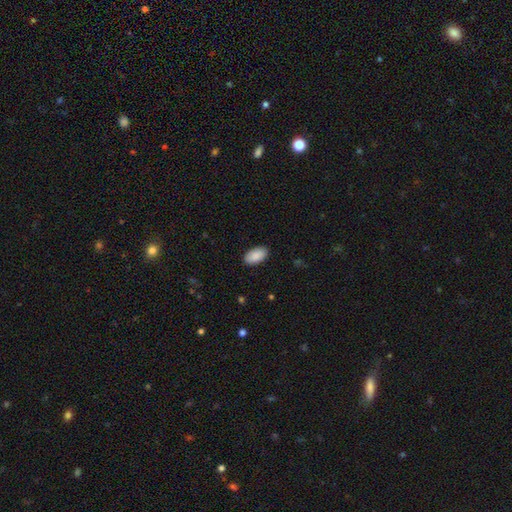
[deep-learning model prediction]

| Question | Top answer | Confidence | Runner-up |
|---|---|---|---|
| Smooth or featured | smooth | 90% | star or artifact (6%) |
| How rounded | in between | 96% | round (3%) |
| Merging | none | 89% | minor disturbance (8%) |